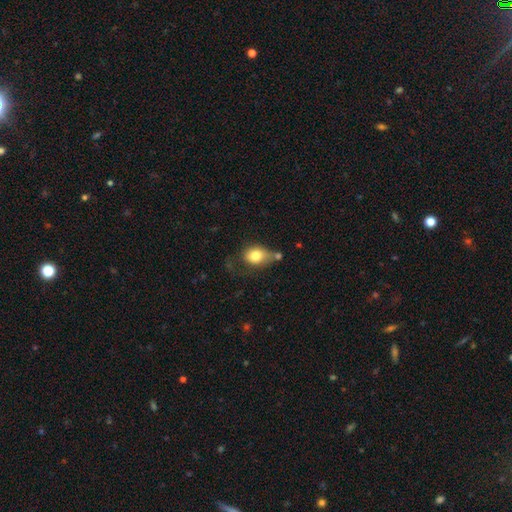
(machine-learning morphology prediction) Smooth or featured? smooth (78%)
How rounded? in between (63%)
Merging? none (39%)